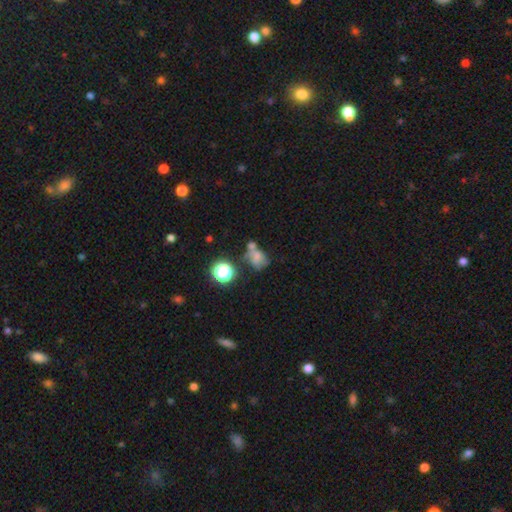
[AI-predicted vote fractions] Overall: smooth (53%; featured or disk 26%). How rounded: in between (55%; round 43%). Merging: merger (37%; none 29%).